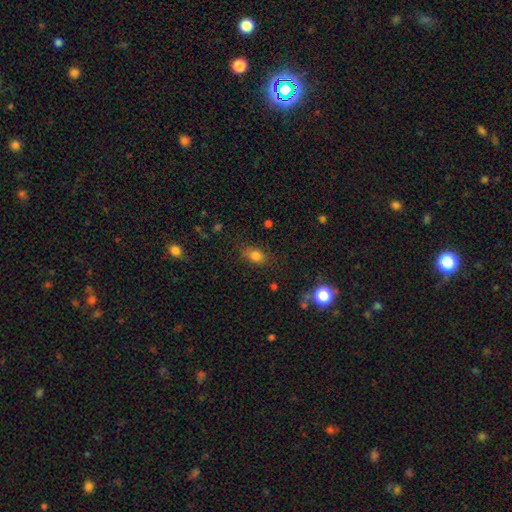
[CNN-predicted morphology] Q: Smooth or featured?
A: smooth (79%); runner-up: star or artifact (13%)
Q: How rounded?
A: in between (71%); runner-up: round (27%)
Q: Merging?
A: none (77%); runner-up: minor disturbance (17%)